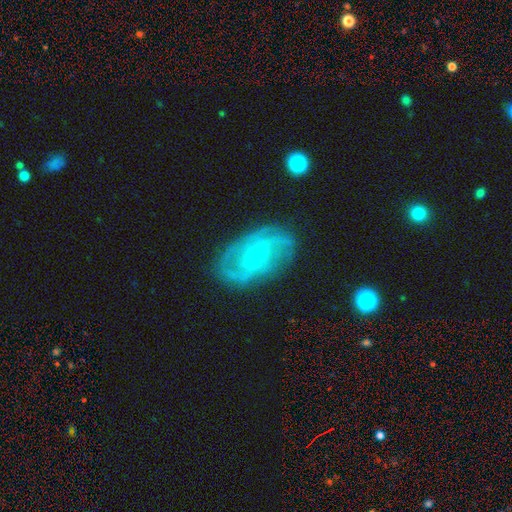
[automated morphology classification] Smooth or featured?
  - featured or disk: 83% *
  - smooth: 11%
  - star or artifact: 6%
Edge-on disk?
  - no: 96% *
  - yes: 4%
Bar?
  - weak: 50% *
  - strong: 29%
  - no: 21%
Spiral arms?
  - yes: 91% *
  - no: 9%
Spiral winding?
  - medium: 46% *
  - loose: 28%
  - tight: 27%
Spiral arm count?
  - 2: 55% *
  - can't tell: 19%
  - 3: 13%
  - 4: 5%
  - 1: 4%
  - more than 4: 4%
Bulge size?
  - small: 76% *
  - moderate: 19%
  - none: 2%
  - large: 1%
  - dominant: 1%
Merging?
  - none: 75% *
  - minor disturbance: 16%
  - major disturbance: 7%
  - merger: 2%